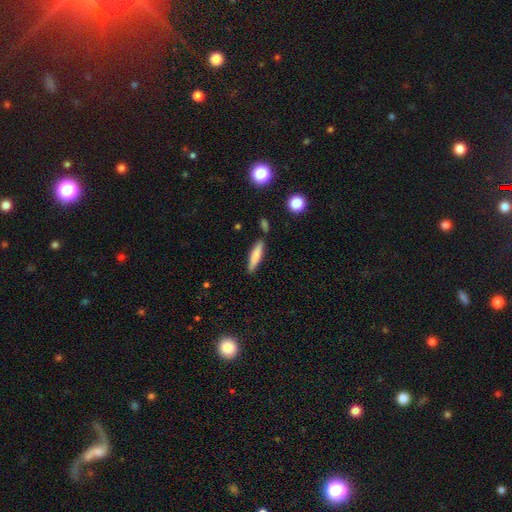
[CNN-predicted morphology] Smooth or featured? smooth (72%)
How rounded? cigar-shaped (79%)
Merging? none (82%)